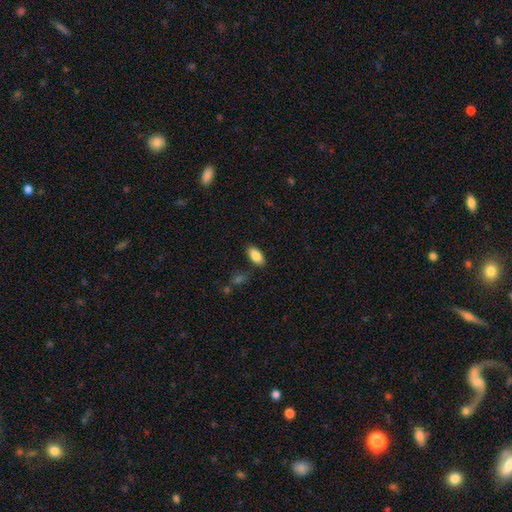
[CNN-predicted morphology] This is clearly a smooth galaxy (86%). How rounded: clearly in between (90%). Merging: clearly none (84%).